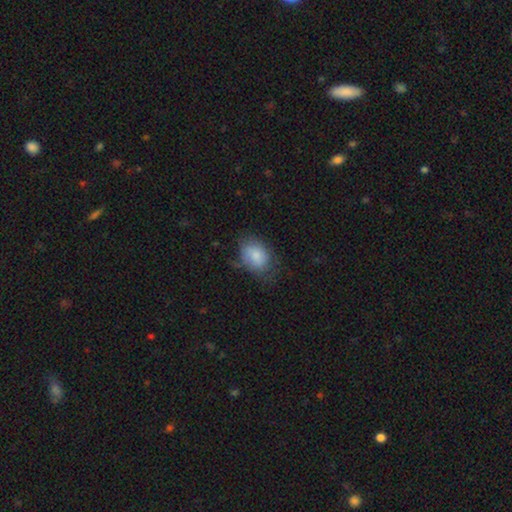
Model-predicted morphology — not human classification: Q: Smooth or featured?
A: smooth (80%); runner-up: featured or disk (13%)
Q: How rounded?
A: in between (76%); runner-up: round (23%)
Q: Merging?
A: none (57%); runner-up: minor disturbance (29%)